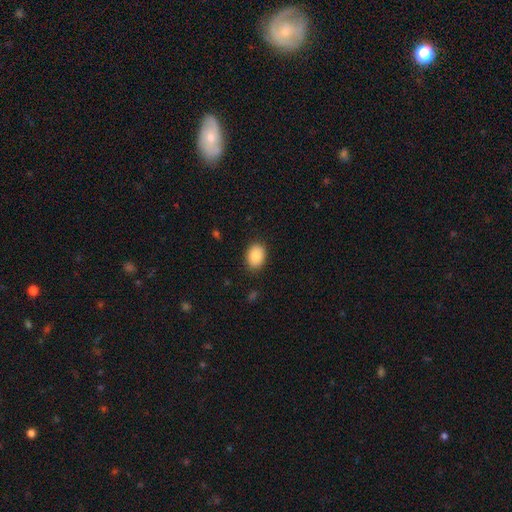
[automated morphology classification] smooth-or-featured: smooth: 88% | star or artifact: 7% | featured or disk: 5%
  how-rounded: in between: 72% | round: 27% | cigar-shaped: 1%
  merging: none: 87% | minor disturbance: 9% | major disturbance: 2% | merger: 1%